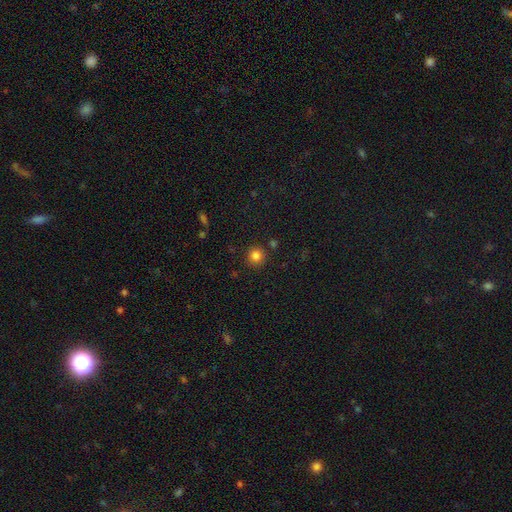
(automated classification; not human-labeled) Smooth or featured? Predicted: smooth (p=0.84). How rounded? Predicted: round (p=0.93). Merging? Predicted: none (p=0.87).